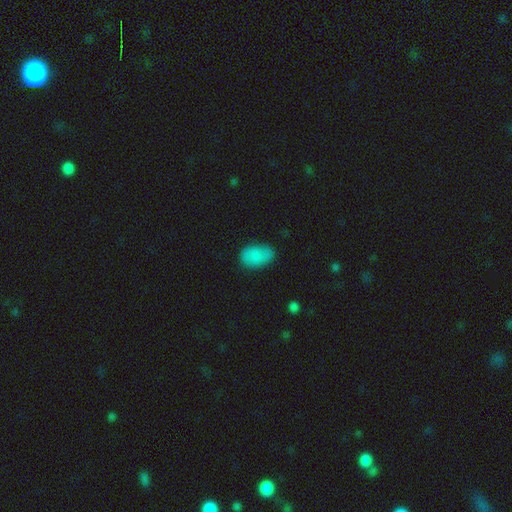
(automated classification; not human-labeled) Morphology: type=smooth (82%); roundness=in between (90%); merging=none (75%).